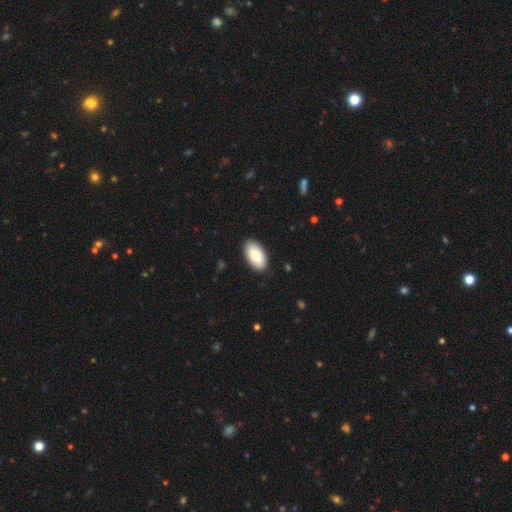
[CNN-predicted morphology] A smooth galaxy with no disk features (87%) that is in between round and cigar-shaped (96%).

Vote fractions:
- Smooth or featured? smooth: 87% / featured or disk: 7% / star or artifact: 6%
- How rounded? in between: 96% / cigar-shaped: 2% / round: 2%
- Merging? none: 86% / minor disturbance: 11% / major disturbance: 2% / merger: 1%